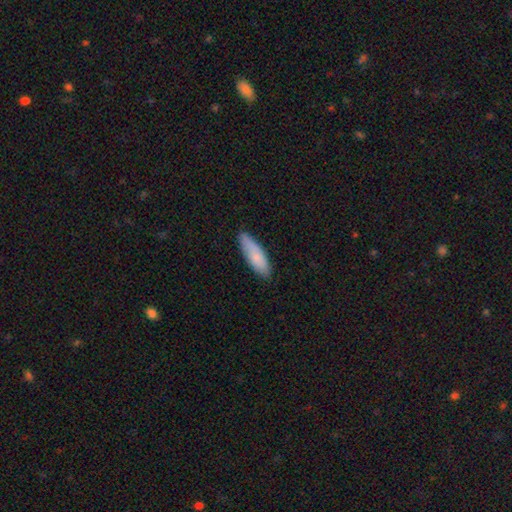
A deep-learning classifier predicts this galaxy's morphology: A smooth galaxy with no disk features (79%) that is cigar-shaped (51%).

Vote fractions:
- Smooth or featured? smooth: 79% / featured or disk: 15% / star or artifact: 6%
- How rounded? cigar-shaped: 51% / in between: 48% / round: 2%
- Merging? none: 78% / minor disturbance: 18% / major disturbance: 3% / merger: 1%